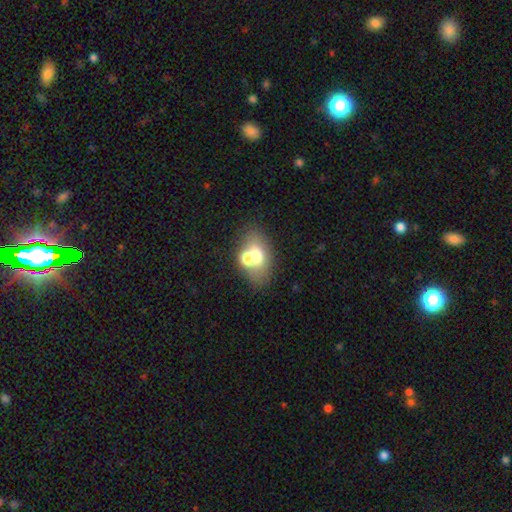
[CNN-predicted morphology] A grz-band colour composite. It shows a smooth galaxy with no disk features (60%) that is in between round and cigar-shaped (74%). Merging: none (50%).